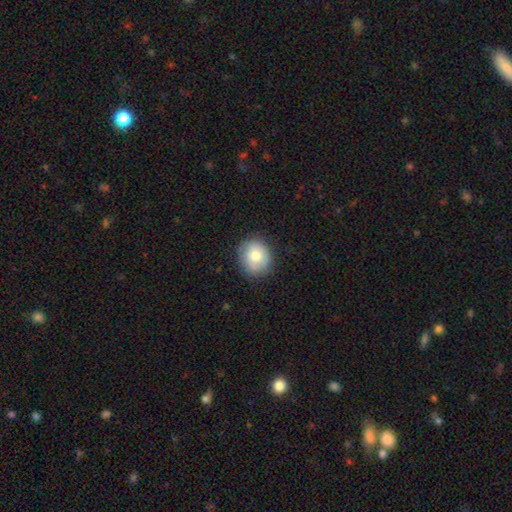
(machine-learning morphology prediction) Q: Smooth or featured?
A: smooth (75%); runner-up: featured or disk (17%)
Q: How rounded?
A: round (78%); runner-up: in between (21%)
Q: Merging?
A: none (80%); runner-up: minor disturbance (15%)